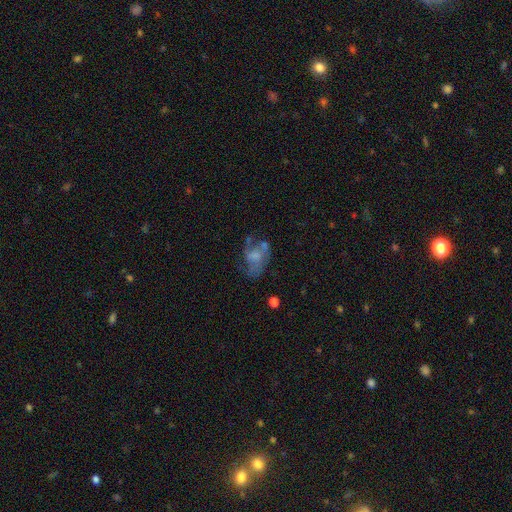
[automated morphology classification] Overall: featured or disk (53%; smooth 36%). Edge-on disk: no (97%). Bar: no (75%). Spiral arms: no (54%; yes 46%). Bulge size: none (34%; moderate 29%). Merging: none (36%; major disturbance 31%).